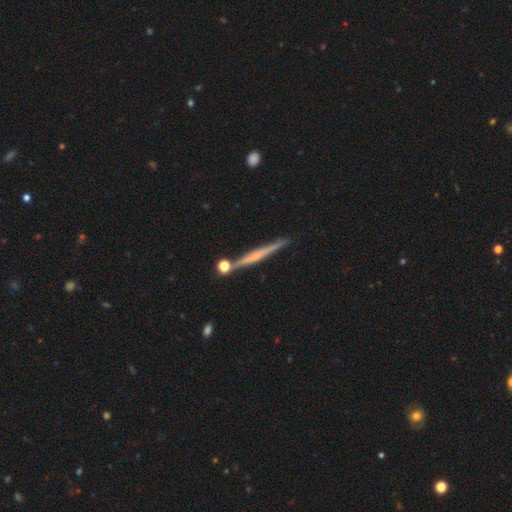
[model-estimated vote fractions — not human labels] Smooth or featured: featured or disk — 61% (smooth — 33%)
Edge-on disk: yes — 97% (no — 3%)
Edge-on bulge: none — 55% (rounded — 35%)
Merging: none — 81% (minor disturbance — 10%)